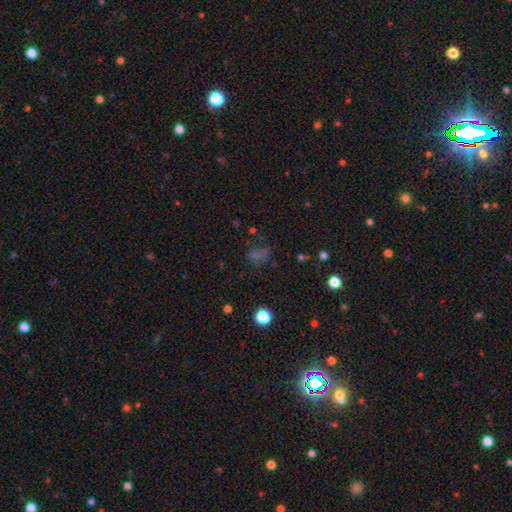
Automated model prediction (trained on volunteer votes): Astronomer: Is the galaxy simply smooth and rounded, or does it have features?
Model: smooth — 46% (runner-up: star or artifact, 41%).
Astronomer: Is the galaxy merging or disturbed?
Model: none — 59%.